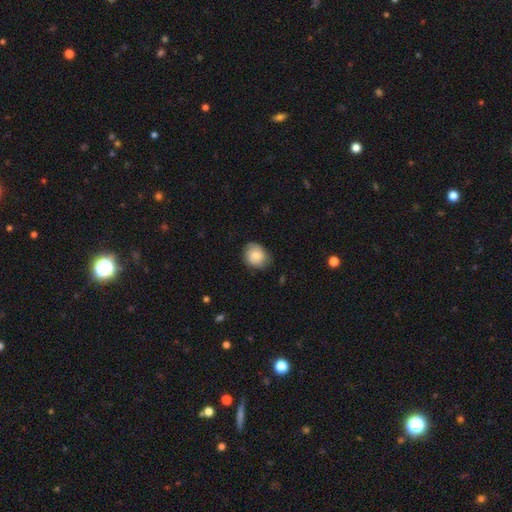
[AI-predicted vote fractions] Smooth or featured? Predicted: smooth (p=0.75). How rounded? Predicted: round (p=0.64). Merging? Predicted: none (p=0.72).